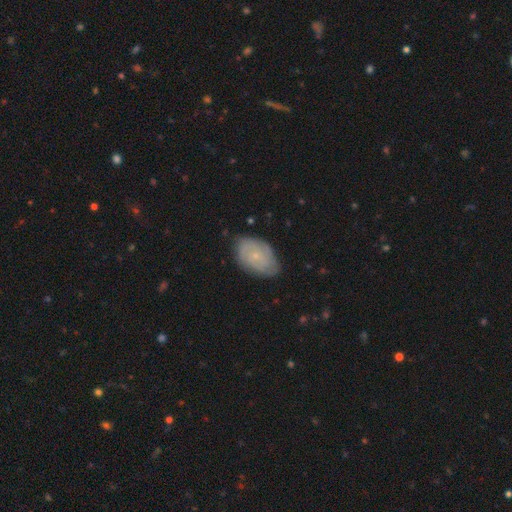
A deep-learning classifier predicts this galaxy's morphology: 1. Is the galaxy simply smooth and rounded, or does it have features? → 61% featured or disk, 32% smooth, 7% star or artifact.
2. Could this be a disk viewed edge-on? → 96% no, 4% yes.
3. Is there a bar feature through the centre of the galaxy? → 82% no, 16% weak, 2% strong.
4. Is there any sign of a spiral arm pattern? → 83% yes, 17% no.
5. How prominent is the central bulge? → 81% small, 14% moderate, 4% none, 1% large, 1% dominant.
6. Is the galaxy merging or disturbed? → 74% none, 21% minor disturbance, 4% major disturbance, 1% merger.